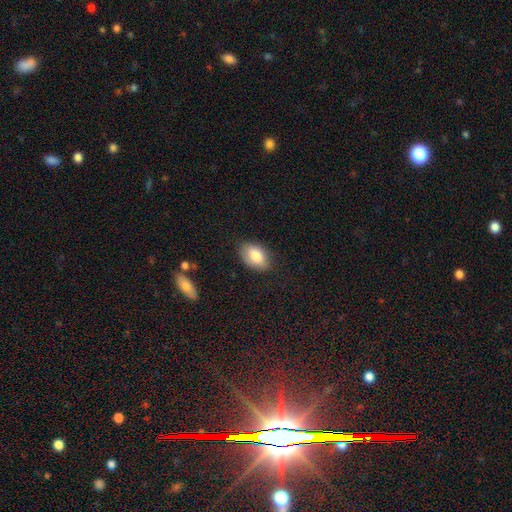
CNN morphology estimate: smooth-or-featured: smooth: 82% | featured or disk: 11% | star or artifact: 7%
  how-rounded: in between: 91% | round: 8% | cigar-shaped: 2%
  merging: none: 80% | minor disturbance: 16% | major disturbance: 3% | merger: 1%